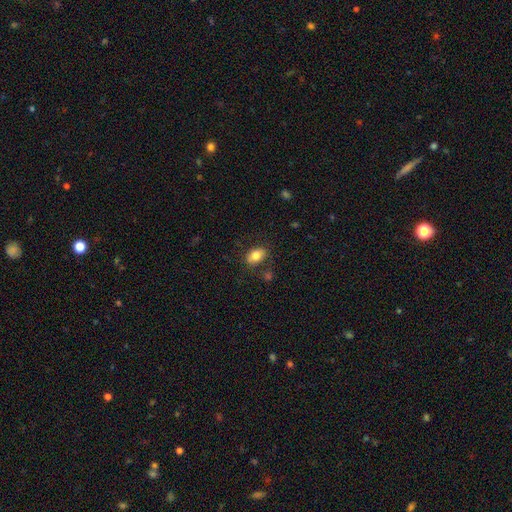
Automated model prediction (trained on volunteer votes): This appears to be a smooth galaxy with no disk features (81%) that is in between round and cigar-shaped (84%). Merging: none (76%).